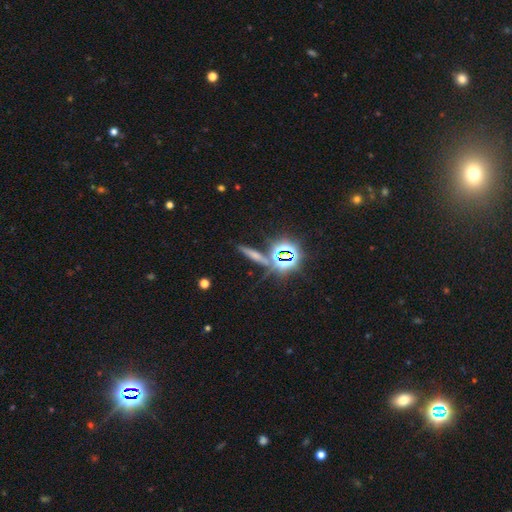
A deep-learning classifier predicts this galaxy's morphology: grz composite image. It shows a smooth galaxy with no disk features (43%). Merging: none (78%).